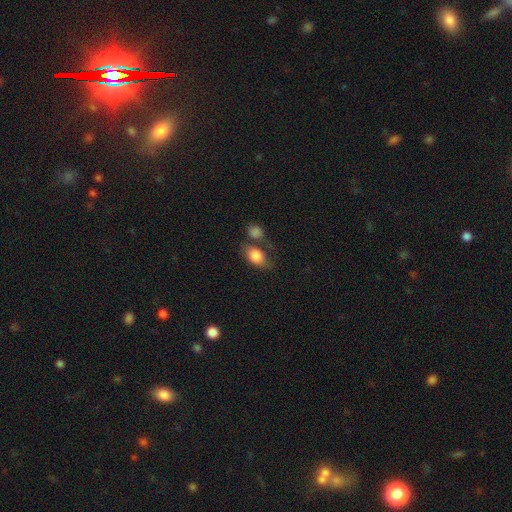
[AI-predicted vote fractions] smooth_or_featured: smooth (p=0.81) [alt: featured or disk p=0.11]
how_rounded: in between (p=0.79) [alt: round p=0.18]
merging: none (p=0.46) [alt: merger p=0.26]